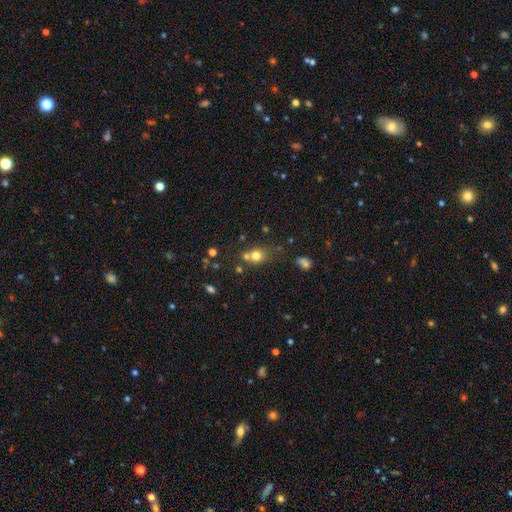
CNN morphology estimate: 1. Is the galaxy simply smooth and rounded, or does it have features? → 74% smooth, 15% star or artifact, 11% featured or disk.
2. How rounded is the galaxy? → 75% round, 23% in between, 1% cigar-shaped.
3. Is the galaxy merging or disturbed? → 47% none, 36% merger, 12% minor disturbance, 5% major disturbance.